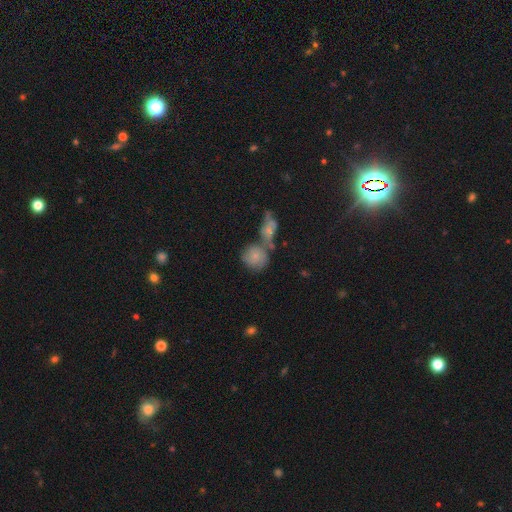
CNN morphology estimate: This appears to be a smooth galaxy with no disk features (65%) that is round (76%). Merging: merger (46%).